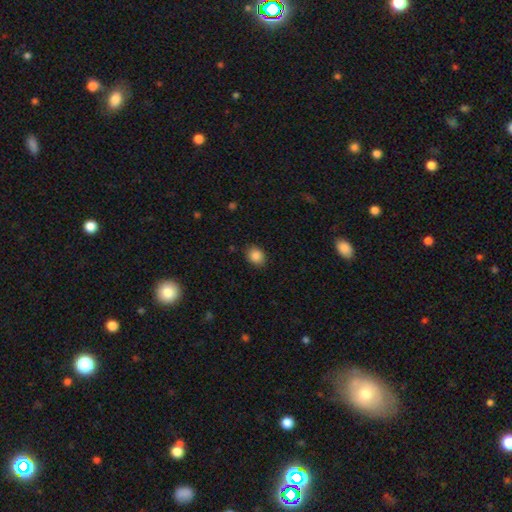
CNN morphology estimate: A smooth galaxy with no disk features (86%) that is in between round and cigar-shaped (51%).

Vote fractions:
- Smooth or featured? smooth: 86% / star or artifact: 9% / featured or disk: 5%
- How rounded? in between: 51% / round: 48% / cigar-shaped: 1%
- Merging? none: 85% / minor disturbance: 11% / major disturbance: 2% / merger: 1%